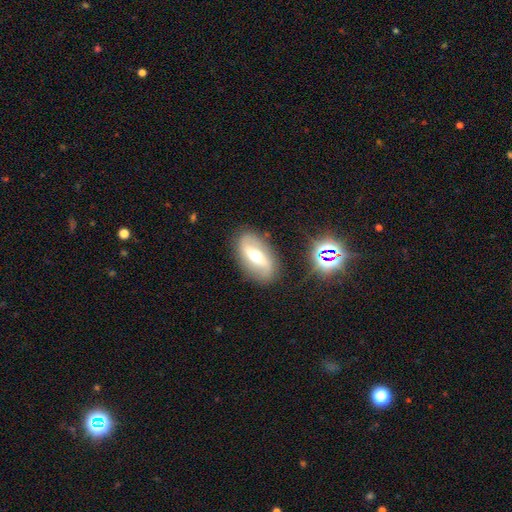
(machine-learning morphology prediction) Overall: featured or disk (65%; smooth 26%). Edge-on disk: no (85%). Bar: strong (49%; weak 30%). Spiral arms: yes (66%; no 34%). Bulge size: moderate (68%). Merging: none (82%).